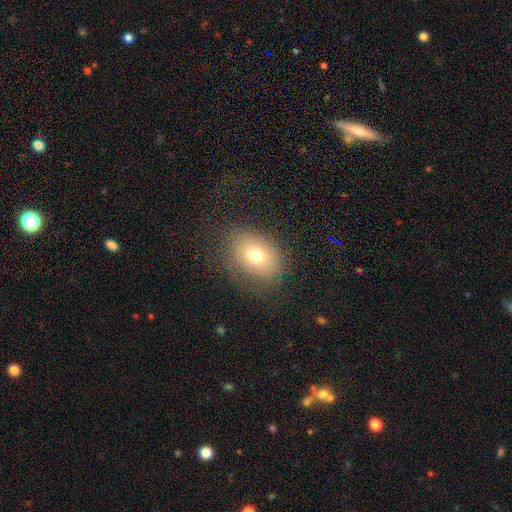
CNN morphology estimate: smooth 72%, featured or disk 16%, star or artifact 12%. Down the decision tree: how rounded — in between (70%); merging — none (74%).